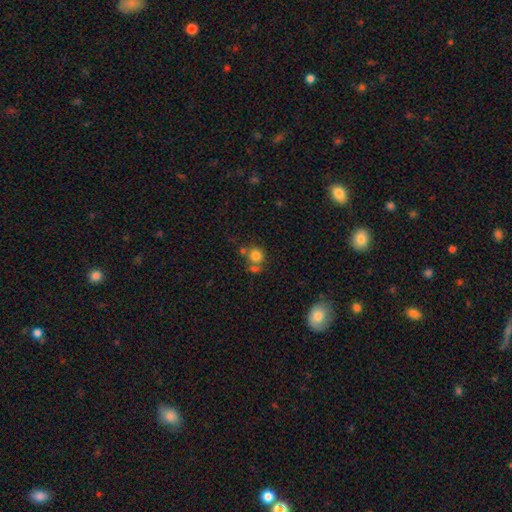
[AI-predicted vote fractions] Morphology: type=smooth (79%); roundness=round (84%); merging=none (54%).